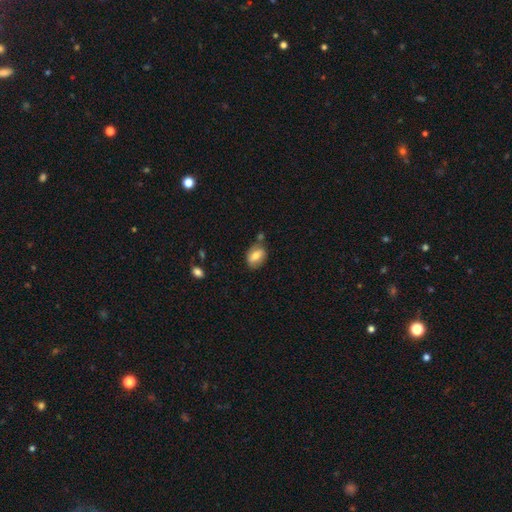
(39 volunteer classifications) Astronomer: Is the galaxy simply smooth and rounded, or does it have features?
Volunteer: smooth — 64%.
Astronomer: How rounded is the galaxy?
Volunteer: in between — 80%.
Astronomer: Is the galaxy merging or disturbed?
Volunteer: none — 51% (runner-up: minor disturbance, 32%).